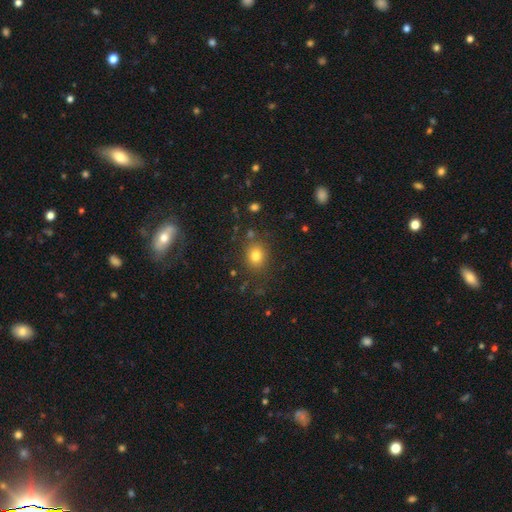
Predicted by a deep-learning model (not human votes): A smooth galaxy with no disk features (79%) that is round (66%).

Vote fractions:
- Smooth or featured? smooth: 79% / star or artifact: 14% / featured or disk: 8%
- How rounded? round: 66% / in between: 33% / cigar-shaped: 1%
- Merging? none: 82% / minor disturbance: 10% / merger: 4% / major disturbance: 4%